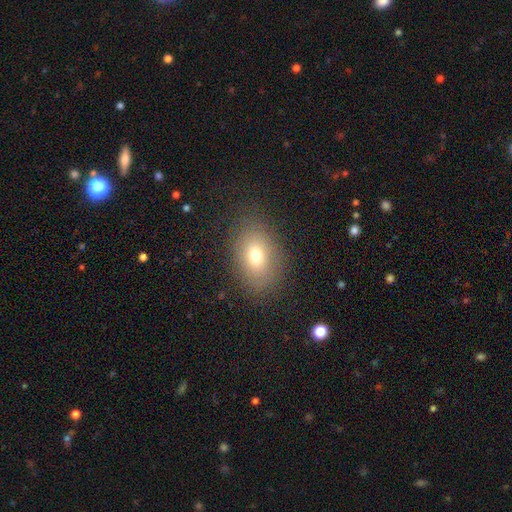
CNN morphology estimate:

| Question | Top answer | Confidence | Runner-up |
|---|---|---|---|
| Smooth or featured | smooth | 71% | featured or disk (16%) |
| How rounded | in between | 77% | round (21%) |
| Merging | none | 82% | minor disturbance (12%) |